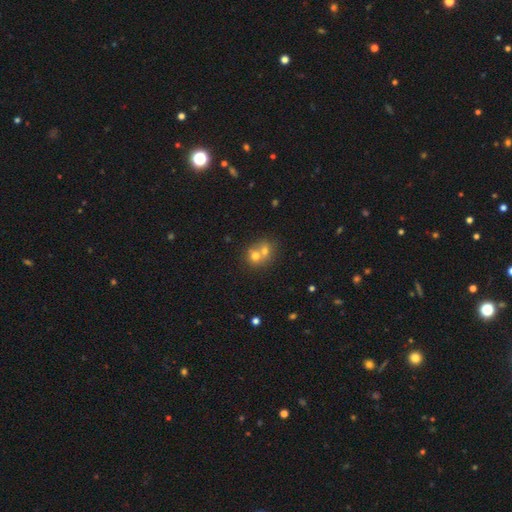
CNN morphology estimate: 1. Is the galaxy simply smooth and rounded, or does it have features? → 65% smooth, 23% featured or disk, 12% star or artifact.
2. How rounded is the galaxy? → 73% round, 26% in between, 1% cigar-shaped.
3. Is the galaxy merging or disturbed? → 65% merger, 27% none, 5% minor disturbance, 2% major disturbance.